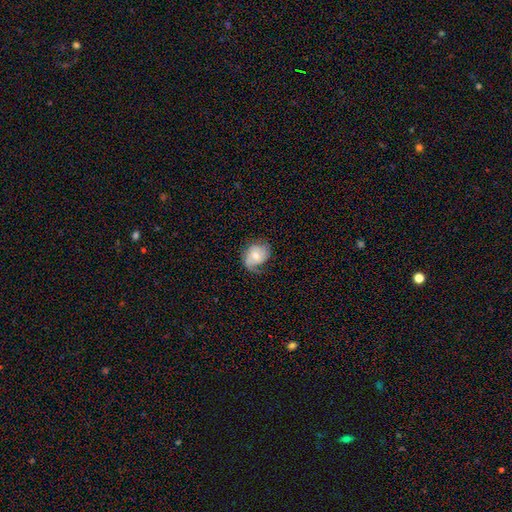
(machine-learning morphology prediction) This is possibly a featured or disk galaxy (49%). Merging: possibly none (54%).